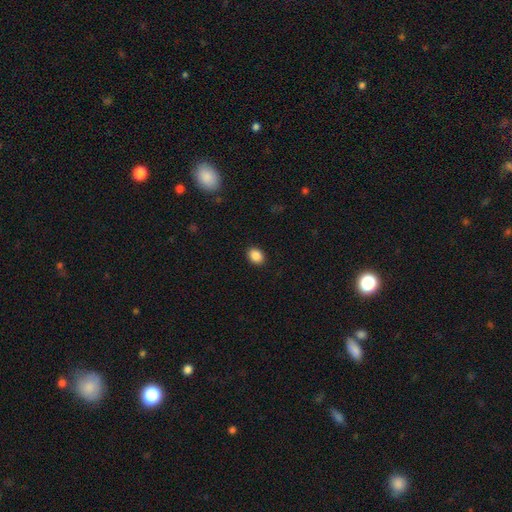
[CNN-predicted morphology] Smooth or featured?
  - smooth: 88% *
  - star or artifact: 9%
  - featured or disk: 3%
How rounded?
  - in between: 63% *
  - round: 36%
  - cigar-shaped: 1%
Merging?
  - none: 90% *
  - minor disturbance: 7%
  - major disturbance: 2%
  - merger: 1%